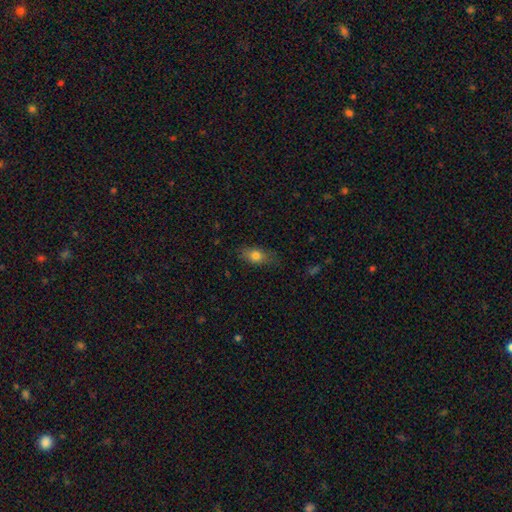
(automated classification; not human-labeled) A smooth galaxy with no disk features (76%) that is in between round and cigar-shaped (78%). Merging: none (74%).